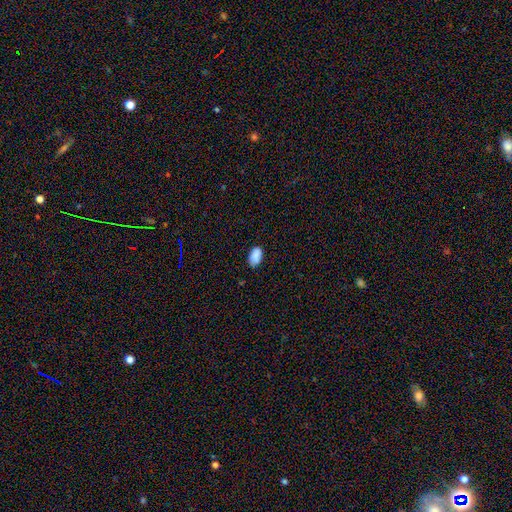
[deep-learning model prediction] A smooth galaxy with no disk features (89%) that is in between round and cigar-shaped (93%). Merging: none (80%).